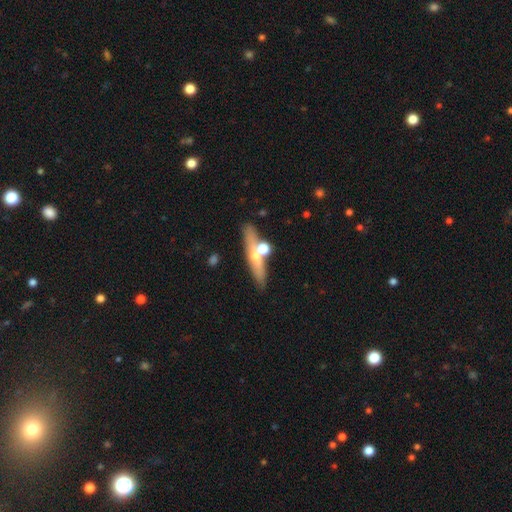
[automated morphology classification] Smooth or featured? Predicted: featured or disk (p=0.50). Merging? Predicted: none (p=0.74).